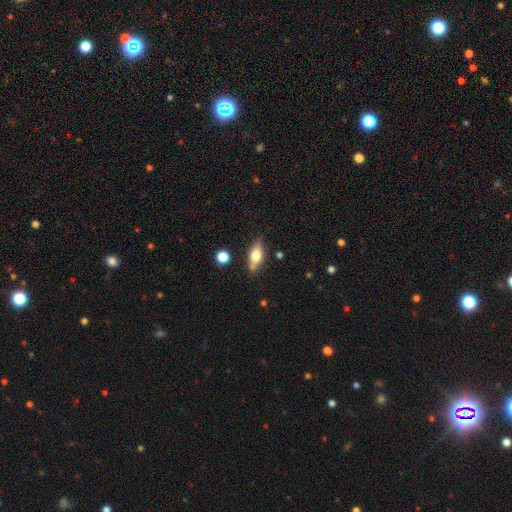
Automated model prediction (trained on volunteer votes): This appears to be a smooth galaxy with no disk features (62%) that is in between round and cigar-shaped (72%). Merging: none (72%).